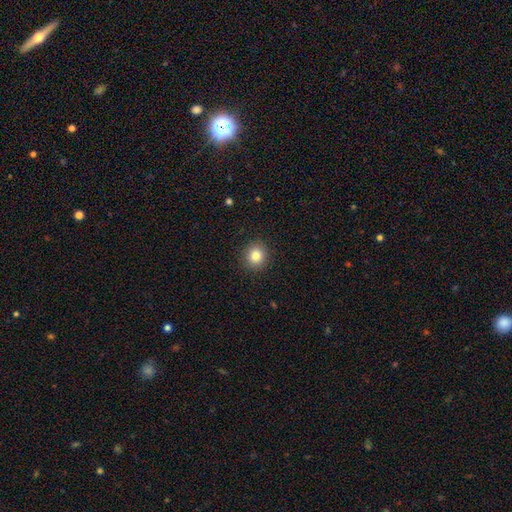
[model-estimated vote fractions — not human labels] Smooth or featured? Predicted: smooth (p=0.83). How rounded? Predicted: round (p=0.88). Merging? Predicted: none (p=0.91).